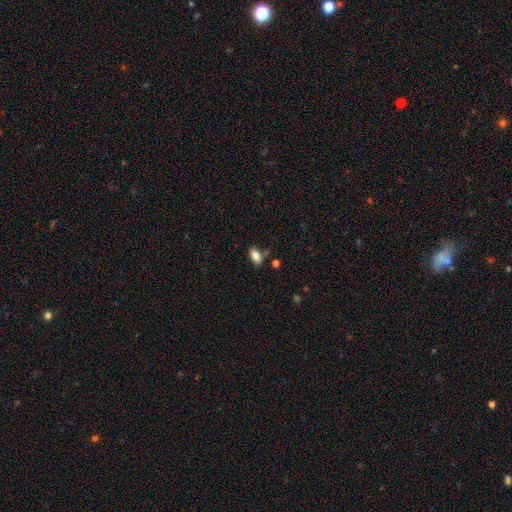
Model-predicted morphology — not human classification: Smooth or featured? Predicted: smooth (p=0.83). How rounded? Predicted: in between (p=0.91). Merging? Predicted: none (p=0.73).